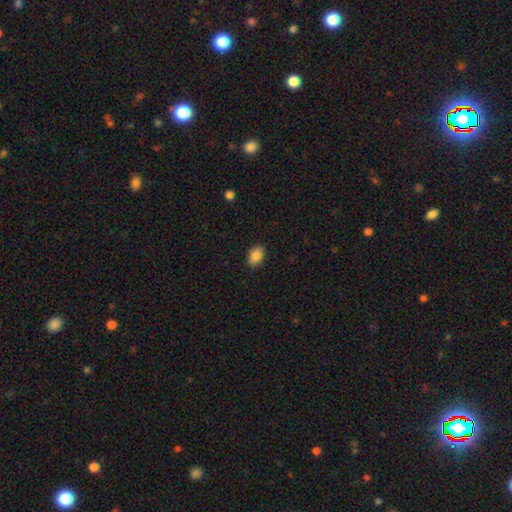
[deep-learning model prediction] Morphology: type=smooth (87%); roundness=in between (86%); merging=none (88%).